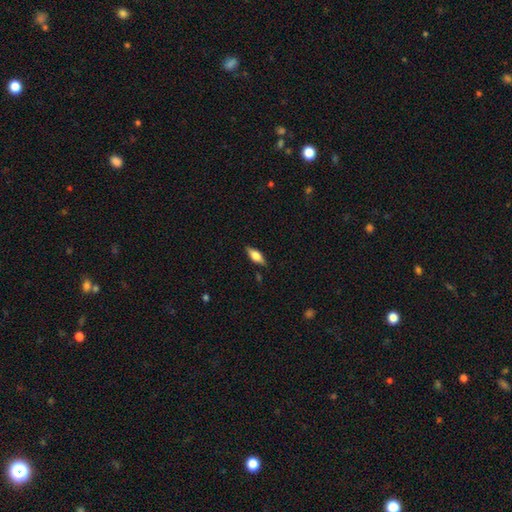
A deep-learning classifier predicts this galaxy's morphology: Smooth or featured? smooth (48%)
Merging? none (85%)